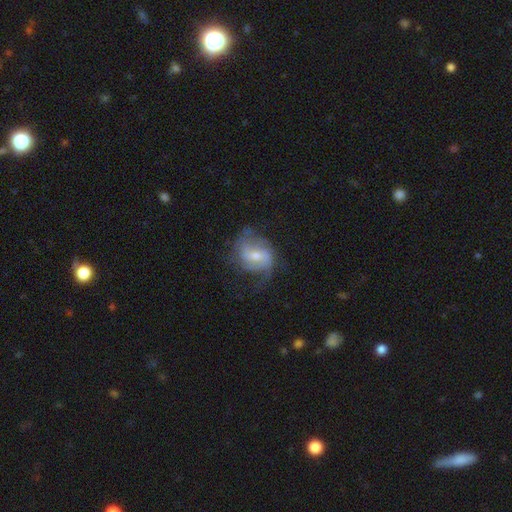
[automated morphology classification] This is likely a featured or disk galaxy (71%). It is clearly not viewed edge-on (97%). Bar: possibly weak (52%). Spiral arm pattern: clearly yes (88%). Spiral arm count: likely 2 (66%). Spiral winding: marginally medium (42%). Central bulge: possibly moderate (54%). Merging: possibly none (53%).